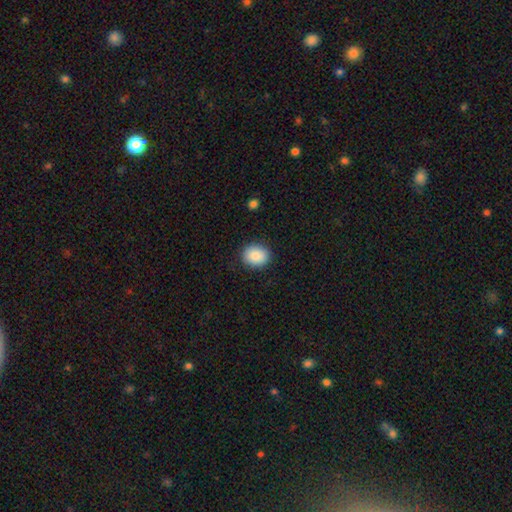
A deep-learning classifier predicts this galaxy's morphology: The model was most divided on "how rounded": round: 59%, in between: 40%, cigar-shaped: 1%. More confident: merging — none (88%); smooth or featured — smooth (88%).